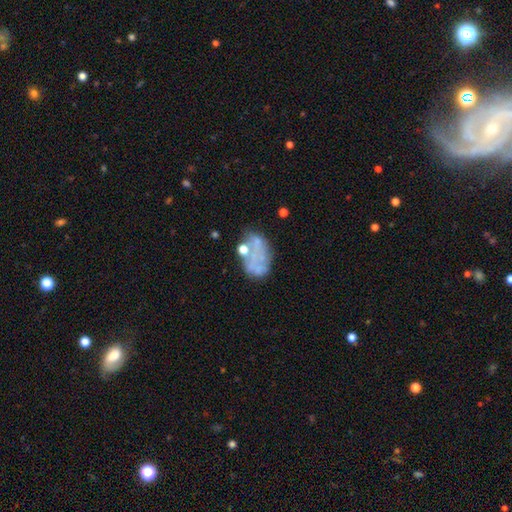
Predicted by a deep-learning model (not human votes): This appears to be a featured or disk galaxy (54%) with no bar (88%), no spiral arms (84%) and no central bulge (66%). Merging: none (45%).